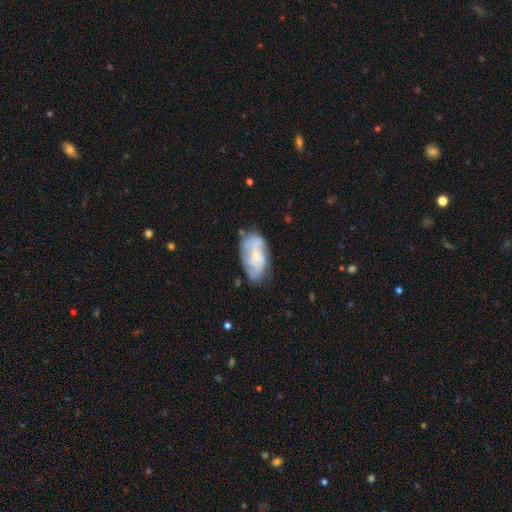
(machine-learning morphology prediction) smooth_or_featured: featured or disk (p=0.66) [alt: smooth p=0.27]
disk_edge_on: no (p=0.96) [alt: yes p=0.04]
bar: no (p=0.66) [alt: weak p=0.29]
has_spiral_arms: yes (p=0.84) [alt: no p=0.16]
spiral_winding: medium (p=0.42) [alt: tight p=0.38]
spiral_arm_count: can't tell (p=0.32) [alt: 2 p=0.29]
bulge_size: small (p=0.53) [alt: moderate p=0.30]
merging: none (p=0.64) [alt: minor disturbance p=0.24]